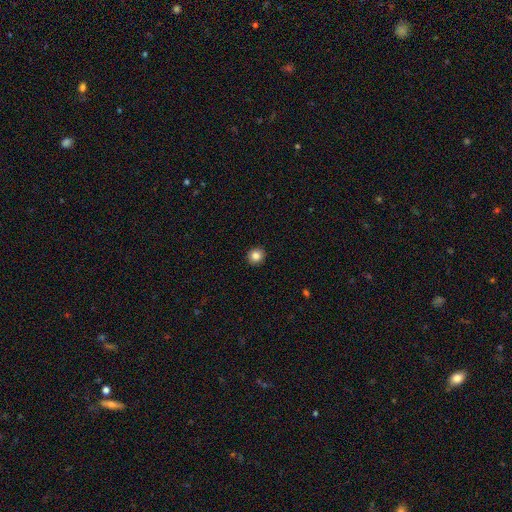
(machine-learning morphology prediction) Smooth or featured? smooth (84%)
How rounded? round (89%)
Merging? none (93%)